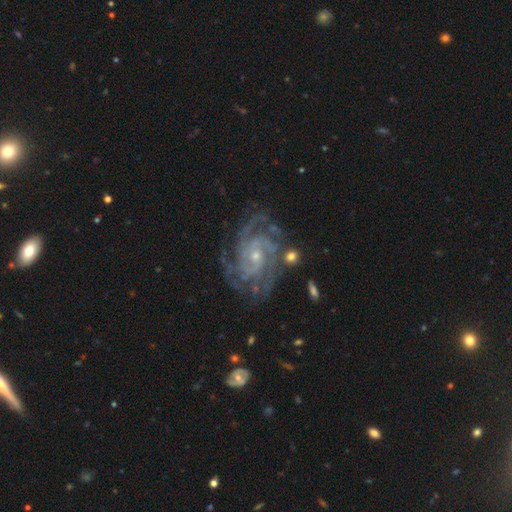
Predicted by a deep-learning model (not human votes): The model was most divided on "spiral arm count": 4: 27%, 3: 26%, 2: 16%, can't tell: 14%, more than 4: 10%, 1: 7%. More confident: spiral arms — yes (98%); edge-on disk — no (98%); smooth or featured — featured or disk (91%); merging — none (74%); bulge size — small (70%); spiral winding — tight (69%); bar — no (60%).